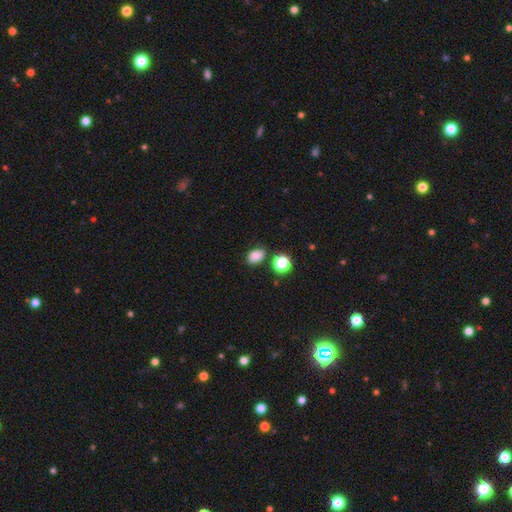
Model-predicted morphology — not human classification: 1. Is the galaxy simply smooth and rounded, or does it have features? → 81% smooth, 13% star or artifact, 6% featured or disk.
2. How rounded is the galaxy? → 75% in between, 23% round, 1% cigar-shaped.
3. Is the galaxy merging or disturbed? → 77% none, 13% minor disturbance, 6% merger, 3% major disturbance.